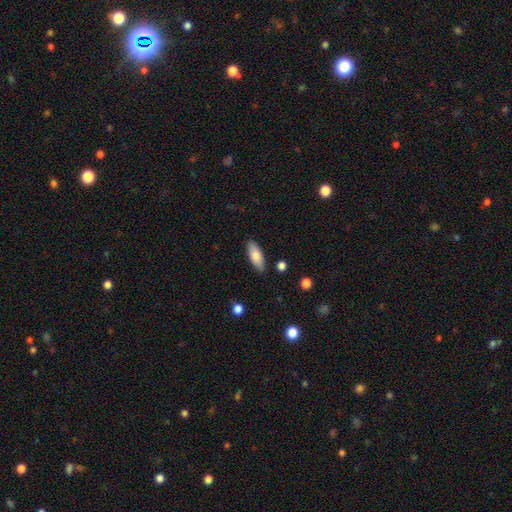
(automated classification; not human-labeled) Smooth or featured? Predicted: smooth (p=0.77). How rounded? Predicted: in between (p=0.72). Merging? Predicted: none (p=0.87).